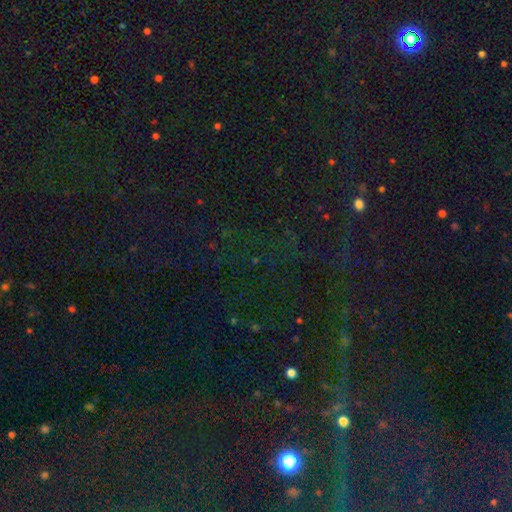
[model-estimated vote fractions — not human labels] Overall: star or artifact (80%).